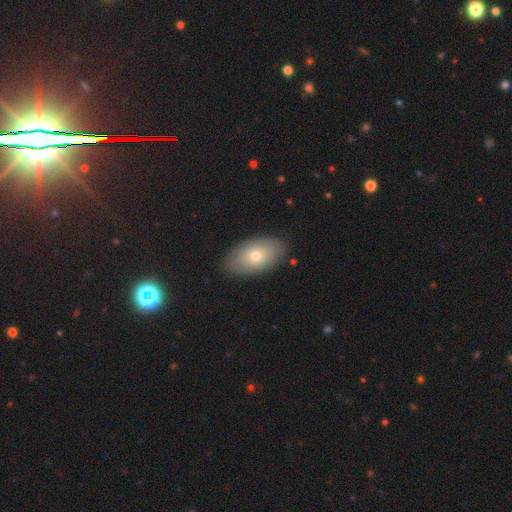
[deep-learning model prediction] Morphology: type=smooth (64%); roundness=in between (93%); merging=none (85%).